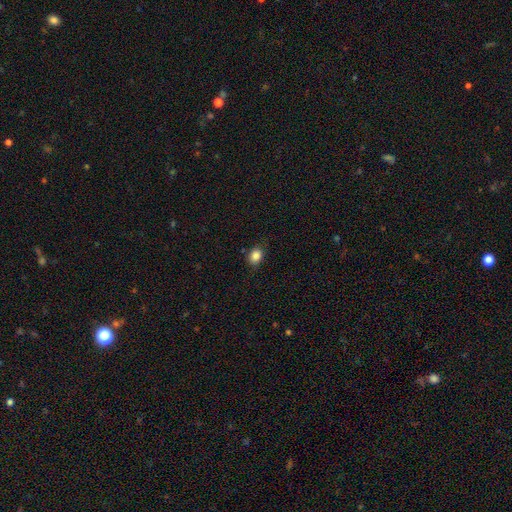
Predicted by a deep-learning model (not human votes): Morphology: type=smooth (85%); roundness=in between (54%); merging=none (84%).